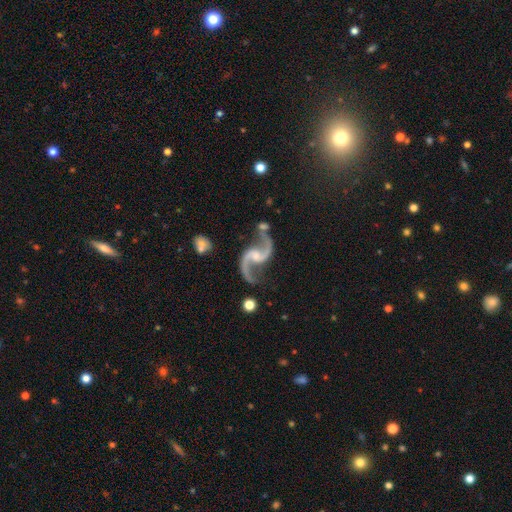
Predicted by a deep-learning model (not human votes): smooth_or_featured: featured or disk (p=0.94) [alt: star or artifact p=0.04]
disk_edge_on: no (p=0.98) [alt: yes p=0.02]
bar: no (p=0.47) [alt: weak p=0.41]
has_spiral_arms: yes (p=0.98) [alt: no p=0.02]
spiral_winding: loose (p=0.74) [alt: medium p=0.22]
spiral_arm_count: 2 (p=0.95) [alt: 1 p=0.01]
bulge_size: small (p=0.53) [alt: moderate p=0.29]
merging: none (p=0.71) [alt: minor disturbance p=0.16]